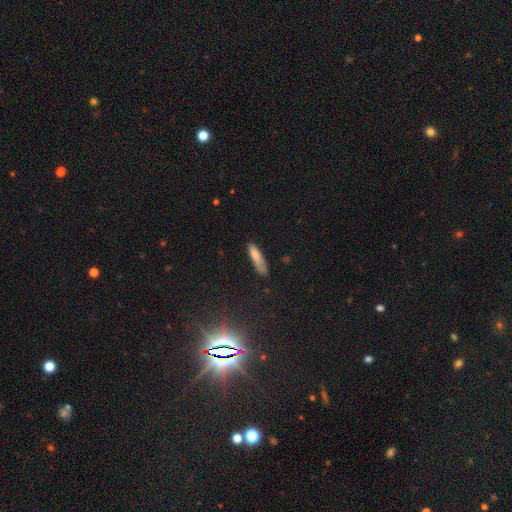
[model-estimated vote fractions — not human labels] The model was most divided on "merging": none: 61%, minor disturbance: 27%, major disturbance: 9%, merger: 3%. More confident: smooth or featured — smooth (77%); how rounded — cigar-shaped (73%).